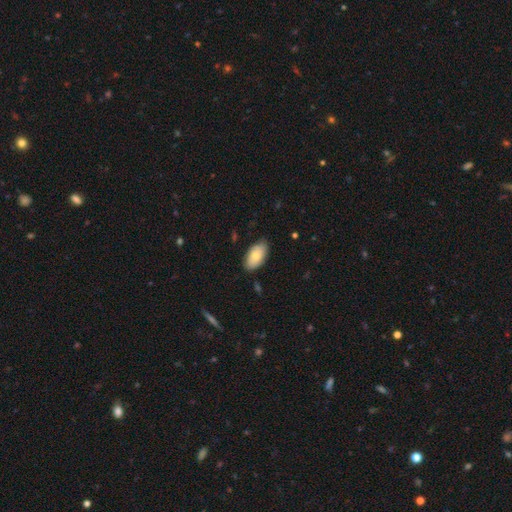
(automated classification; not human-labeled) Smooth or featured: smooth — 75% (featured or disk — 19%)
How rounded: in between — 95% (round — 3%)
Merging: none — 80% (minor disturbance — 16%)